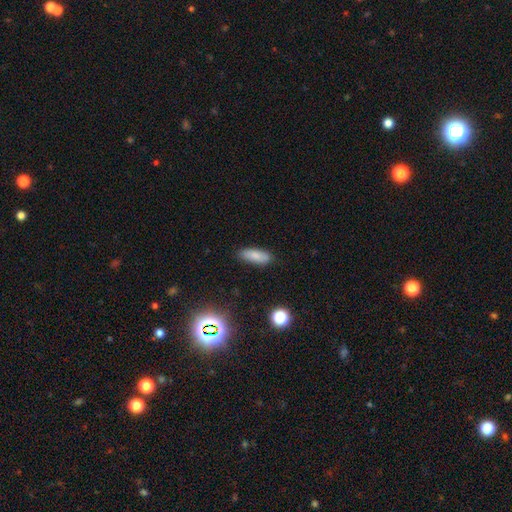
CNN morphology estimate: The model was most divided on "how rounded": in between: 68%, cigar-shaped: 30%, round: 3%. More confident: merging — none (82%); smooth or featured — smooth (80%).